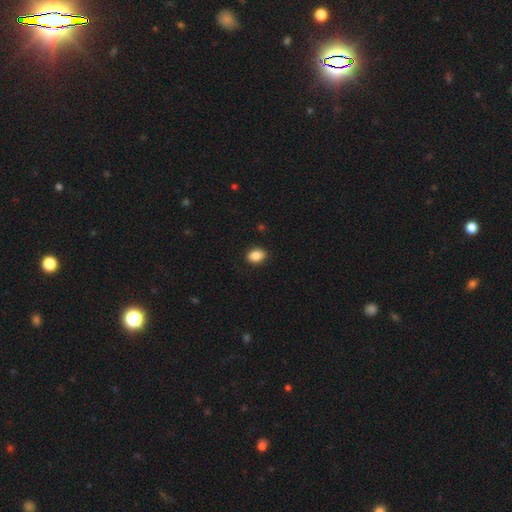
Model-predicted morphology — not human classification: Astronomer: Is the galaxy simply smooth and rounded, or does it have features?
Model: smooth — 87%.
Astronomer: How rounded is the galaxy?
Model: in between — 75%.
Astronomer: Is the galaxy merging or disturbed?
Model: none — 89%.